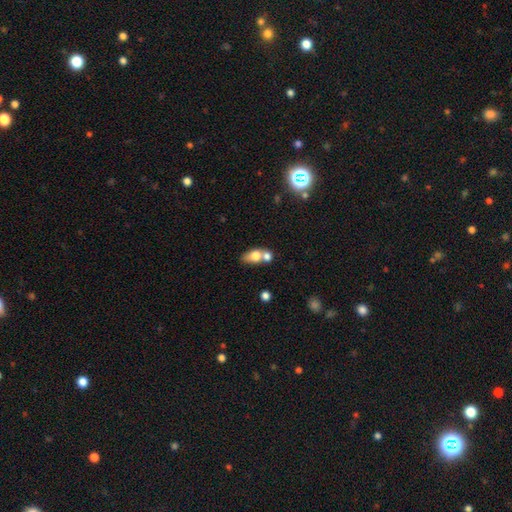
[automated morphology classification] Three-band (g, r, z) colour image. It shows a smooth galaxy with no disk features (72%) that is in between round and cigar-shaped (73%). Merging: merger (55%).